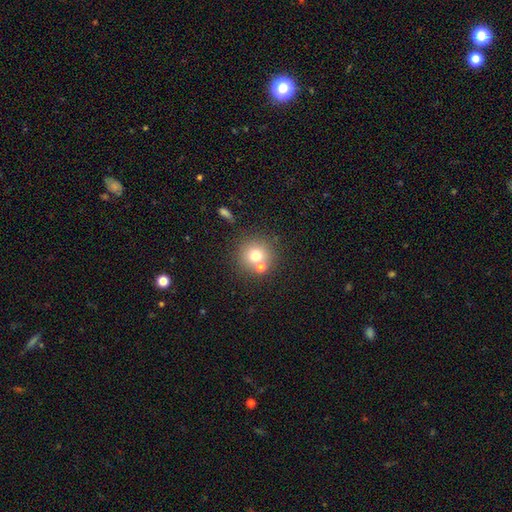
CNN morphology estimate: Overall: smooth (72%). How rounded: round (92%). Merging: none (63%; merger 26%).